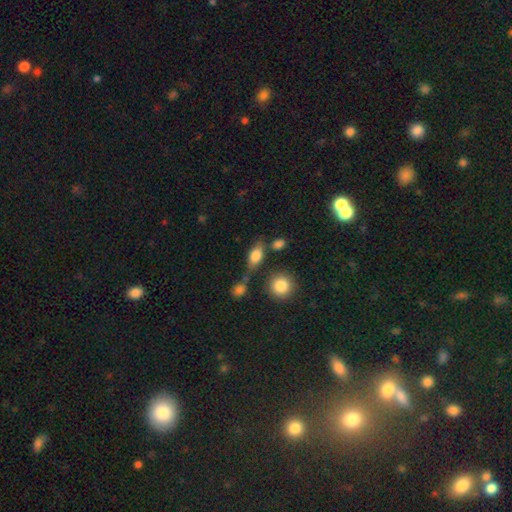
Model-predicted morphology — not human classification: smooth 76%, featured or disk 15%, star or artifact 9%. Down the decision tree: how rounded — in between (79%); merging — none (64%).